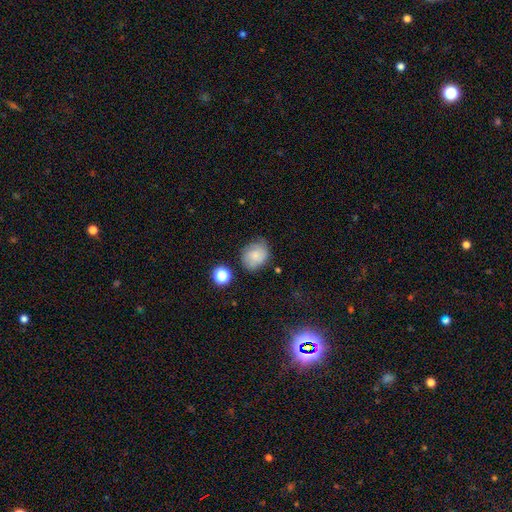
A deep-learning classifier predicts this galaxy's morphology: A smooth galaxy with no disk features (67%) that is round (57%).

Vote fractions:
- Smooth or featured? smooth: 67% / featured or disk: 22% / star or artifact: 11%
- How rounded? round: 57% / in between: 42% / cigar-shaped: 1%
- Merging? none: 63% / minor disturbance: 26% / major disturbance: 8% / merger: 4%